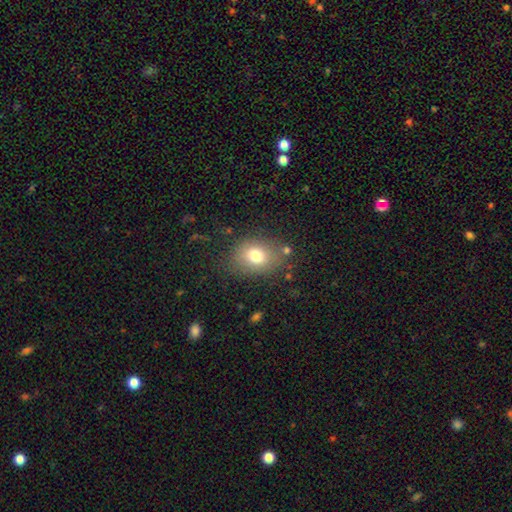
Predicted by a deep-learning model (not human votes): Morphology: type=smooth (75%); roundness=in between (58%); merging=none (76%).